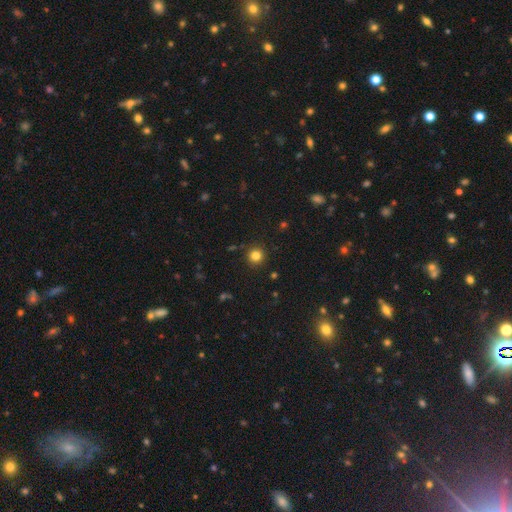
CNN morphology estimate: Overall: smooth (82%). How rounded: round (95%). Merging: none (91%).